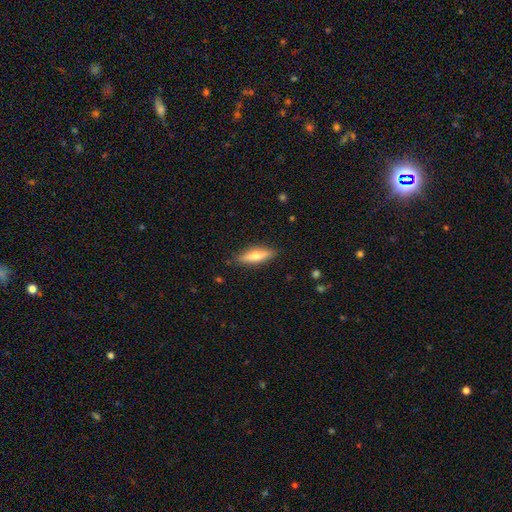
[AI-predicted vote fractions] Smooth or featured: smooth — 54% (featured or disk — 40%)
How rounded: cigar-shaped — 63% (in between — 35%)
Merging: none — 87% (minor disturbance — 10%)